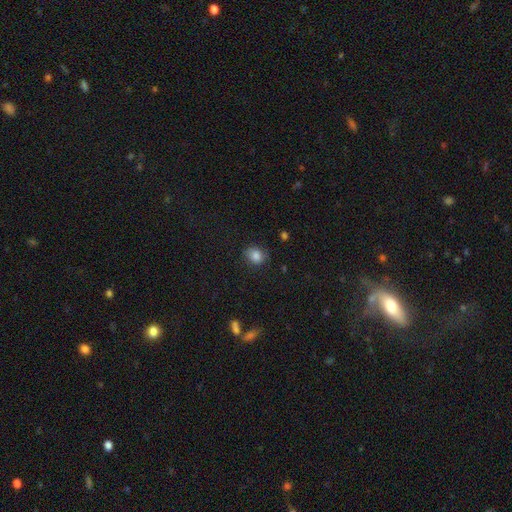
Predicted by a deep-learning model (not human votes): A smooth galaxy with no disk features (84%) that is round (57%).

Vote fractions:
- Smooth or featured? smooth: 84% / star or artifact: 10% / featured or disk: 6%
- How rounded? round: 57% / in between: 42% / cigar-shaped: 1%
- Merging? none: 77% / minor disturbance: 18% / major disturbance: 4% / merger: 1%